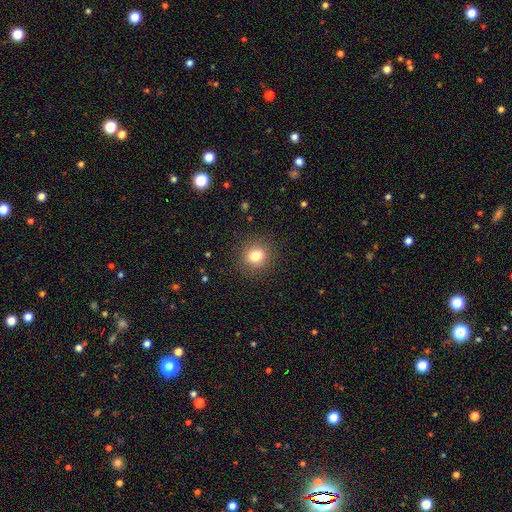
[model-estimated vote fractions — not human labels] A smooth galaxy with no disk features (80%) that is round (83%).

Vote fractions:
- Smooth or featured? smooth: 80% / star or artifact: 12% / featured or disk: 8%
- How rounded? round: 83% / in between: 16% / cigar-shaped: 1%
- Merging? none: 90% / minor disturbance: 7% / major disturbance: 3% / merger: 1%